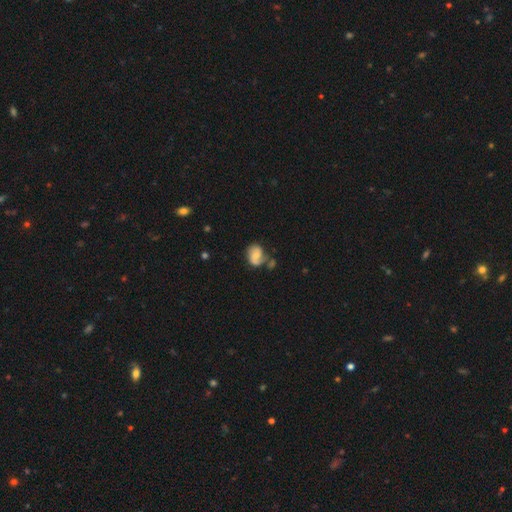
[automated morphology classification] Smooth or featured? smooth (46%)
Merging? none (45%)